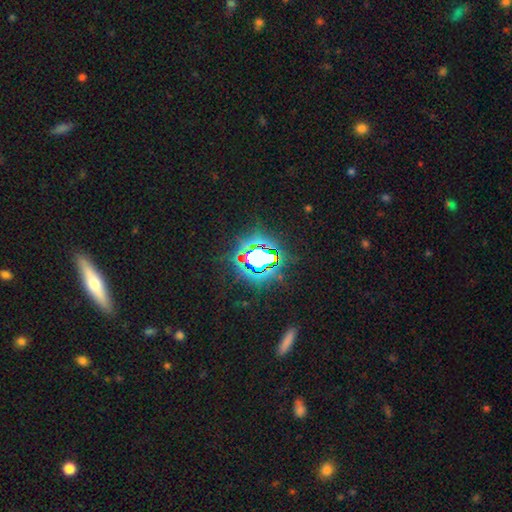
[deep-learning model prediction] smooth_or_featured: star or artifact (p=0.76) [alt: smooth p=0.13]